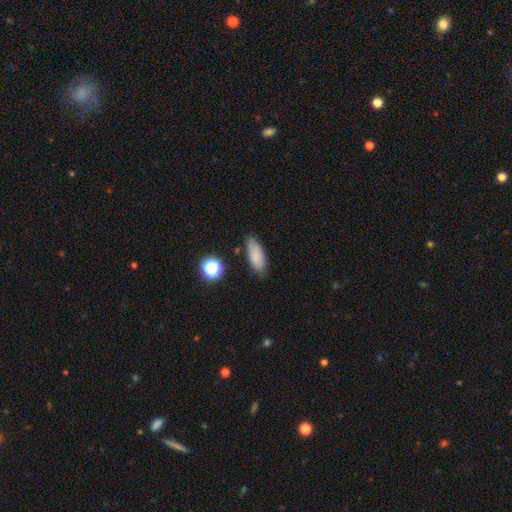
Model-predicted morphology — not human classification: Overall: smooth (83%). How rounded: in between (76%). Merging: none (79%).